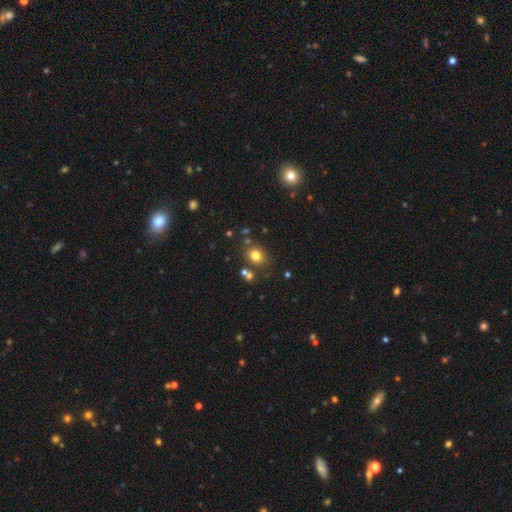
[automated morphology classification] smooth-or-featured: smooth: 78% | star or artifact: 14% | featured or disk: 8%
  how-rounded: round: 69% | in between: 30% | cigar-shaped: 1%
  merging: none: 75% | minor disturbance: 11% | merger: 9% | major disturbance: 4%